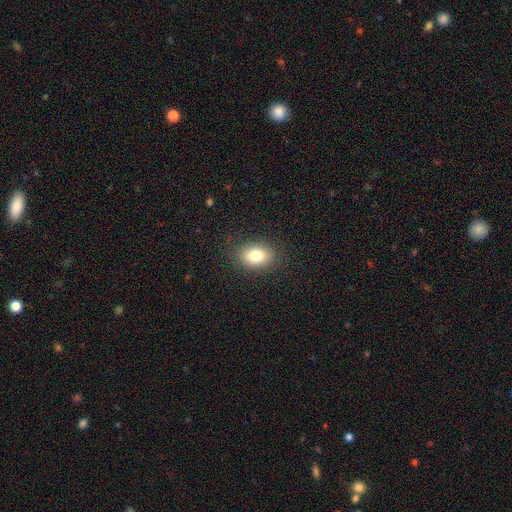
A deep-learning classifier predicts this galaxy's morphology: This is likely a smooth galaxy (80%). How rounded: likely in between (76%). Merging: clearly none (86%).